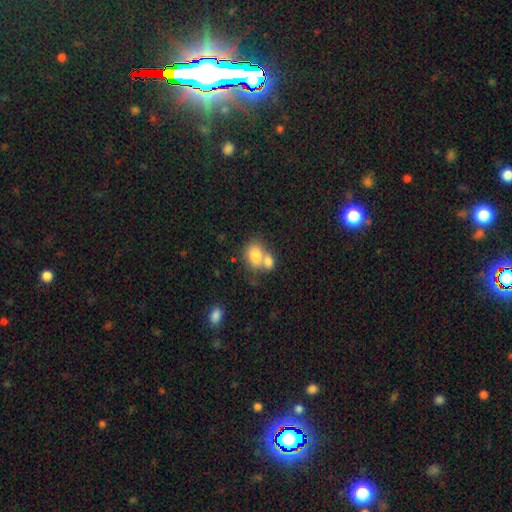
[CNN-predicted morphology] The model was most divided on "merging": merger: 58%, none: 29%, minor disturbance: 9%, major disturbance: 5%. More confident: smooth or featured — smooth (77%); how rounded — in between (65%).